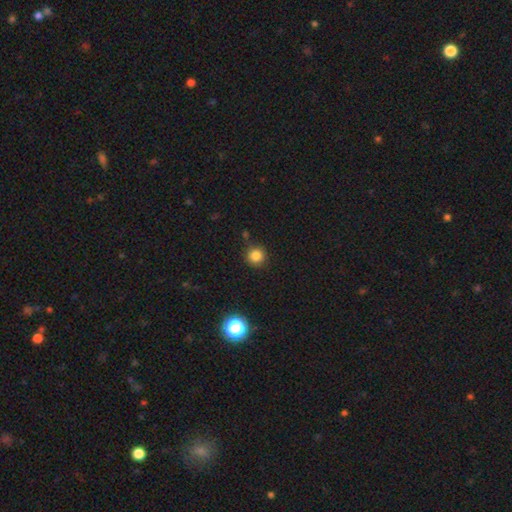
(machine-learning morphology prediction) smooth 82%, star or artifact 13%, featured or disk 4%. Down the decision tree: how rounded — round (95%); merging — none (87%).